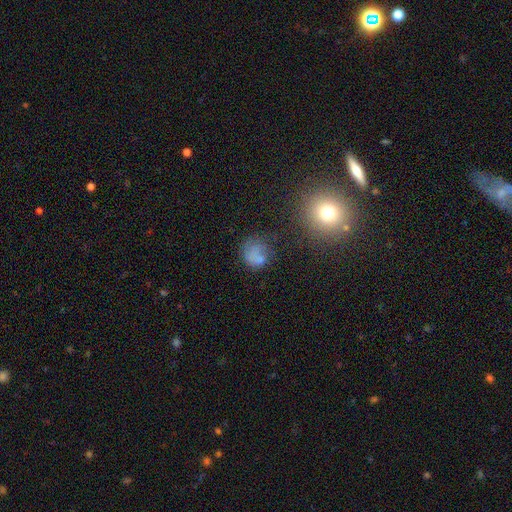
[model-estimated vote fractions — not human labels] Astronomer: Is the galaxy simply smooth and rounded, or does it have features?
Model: smooth — 59%.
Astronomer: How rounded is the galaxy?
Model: round — 71%.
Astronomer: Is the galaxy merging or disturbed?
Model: none — 45% (runner-up: minor disturbance, 23%).